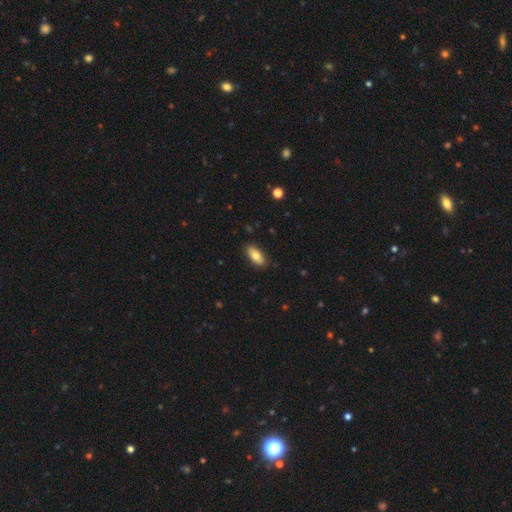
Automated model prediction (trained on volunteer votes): Smooth or featured? smooth (74%)
How rounded? in between (88%)
Merging? none (86%)